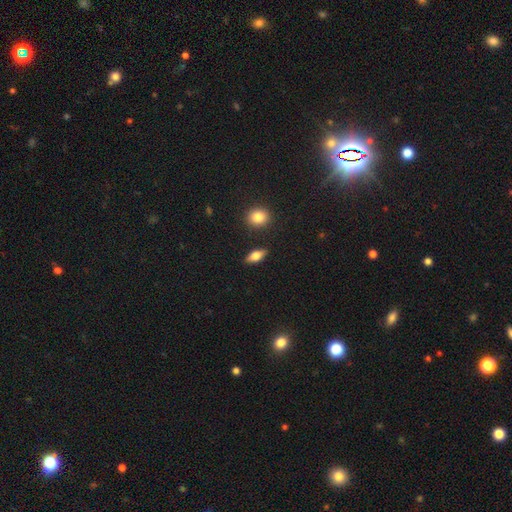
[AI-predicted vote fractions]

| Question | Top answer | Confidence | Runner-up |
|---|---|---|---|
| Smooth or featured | smooth | 66% | featured or disk (26%) |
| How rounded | in between | 78% | cigar-shaped (17%) |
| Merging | none | 86% | minor disturbance (9%) |